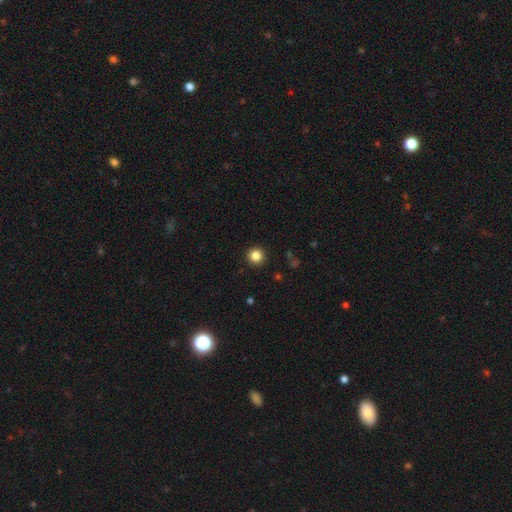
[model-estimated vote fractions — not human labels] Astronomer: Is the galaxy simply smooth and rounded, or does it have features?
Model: smooth — 85%.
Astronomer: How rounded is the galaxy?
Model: round — 96%.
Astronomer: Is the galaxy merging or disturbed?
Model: none — 93%.